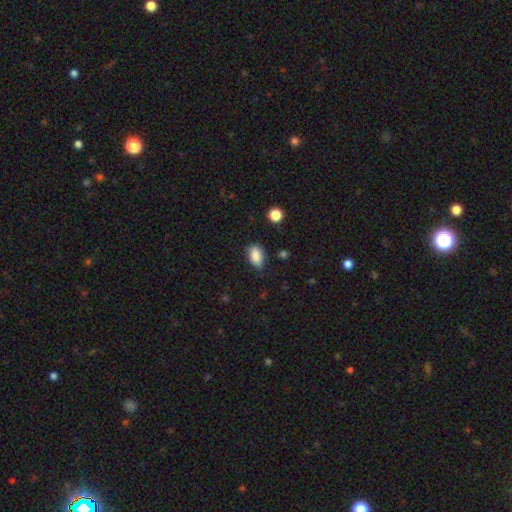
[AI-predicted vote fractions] Smooth or featured? Predicted: smooth (p=0.87). How rounded? Predicted: in between (p=0.90). Merging? Predicted: none (p=0.74).